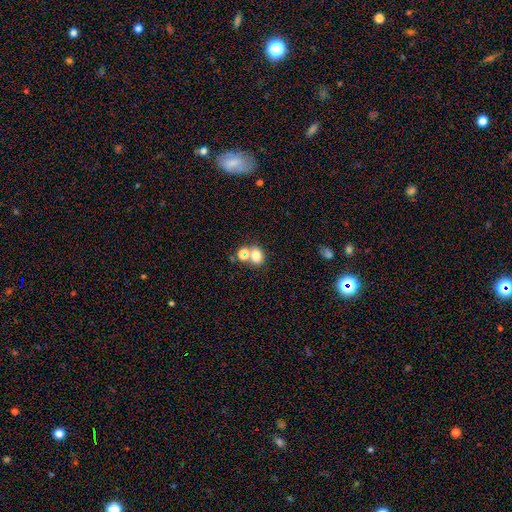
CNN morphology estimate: Smooth or featured: smooth — 73% (star or artifact — 16%)
How rounded: round — 57% (in between — 42%)
Merging: none — 51% (merger — 36%)